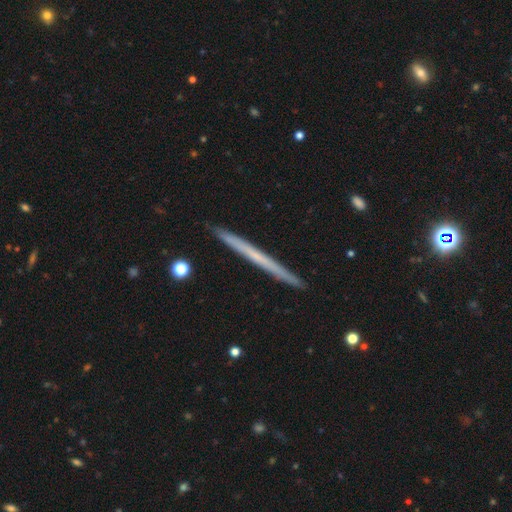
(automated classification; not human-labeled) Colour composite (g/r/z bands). It shows a featured or disk galaxy (54%) viewed edge-on (98%) with no central bulge (90%). Merging: none (92%).